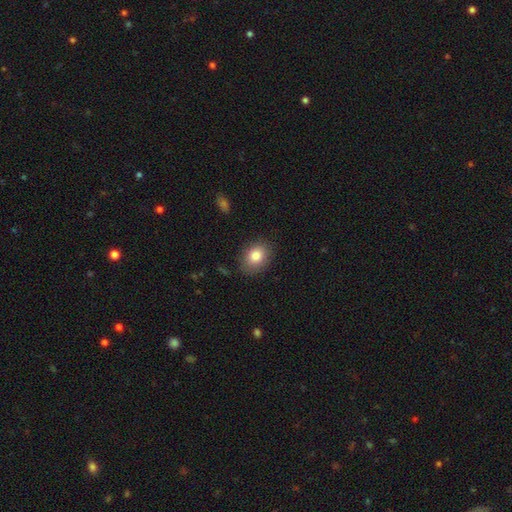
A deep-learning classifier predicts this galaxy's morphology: smooth-or-featured: smooth: 84% | star or artifact: 9% | featured or disk: 8%
  how-rounded: in between: 64% | round: 35% | cigar-shaped: 1%
  merging: none: 83% | minor disturbance: 13% | major disturbance: 3% | merger: 1%